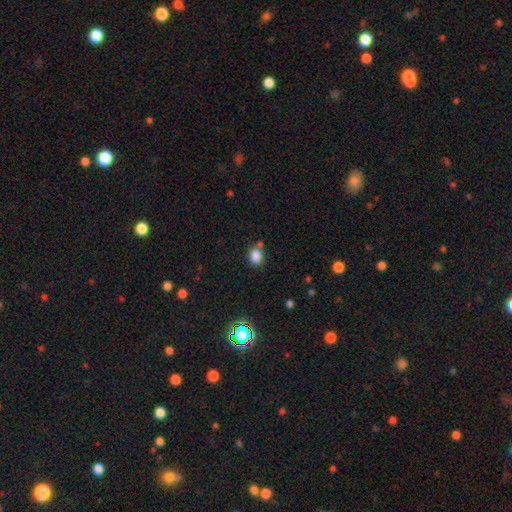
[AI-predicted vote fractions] Smooth or featured: smooth — 83% (star or artifact — 12%)
How rounded: in between — 51% (round — 48%)
Merging: none — 63% (merger — 16%)